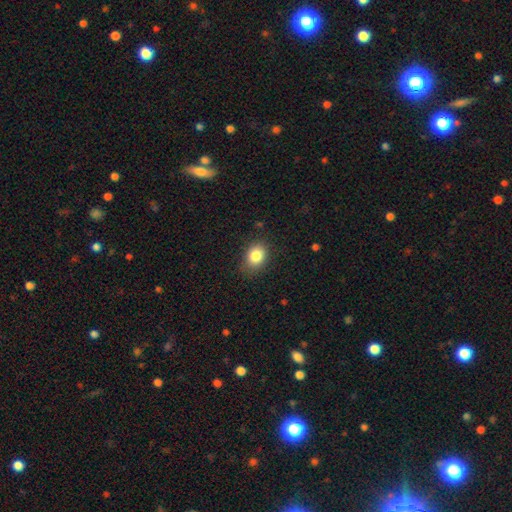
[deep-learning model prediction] Smooth or featured? smooth (84%)
How rounded? in between (59%)
Merging? none (80%)